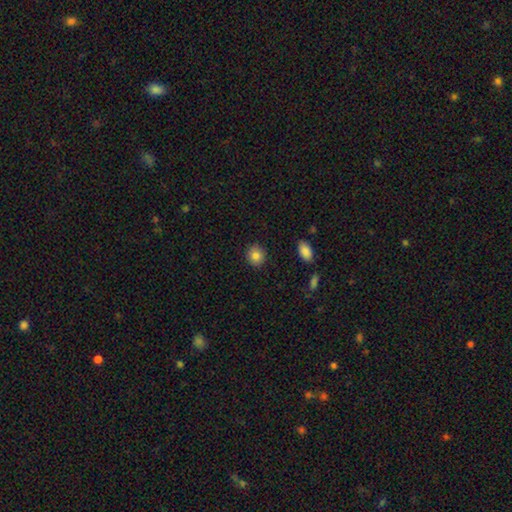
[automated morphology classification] type=smooth (85%); roundness=round (80%); merging=none (90%).